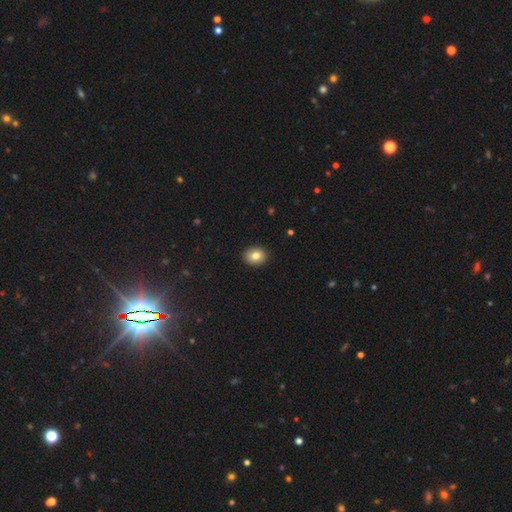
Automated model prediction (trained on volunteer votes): A smooth galaxy with no disk features (81%) that is round (58%).

Vote fractions:
- Smooth or featured? smooth: 81% / featured or disk: 10% / star or artifact: 9%
- How rounded? round: 58% / in between: 41% / cigar-shaped: 1%
- Merging? none: 91% / minor disturbance: 6% / major disturbance: 2% / merger: 1%